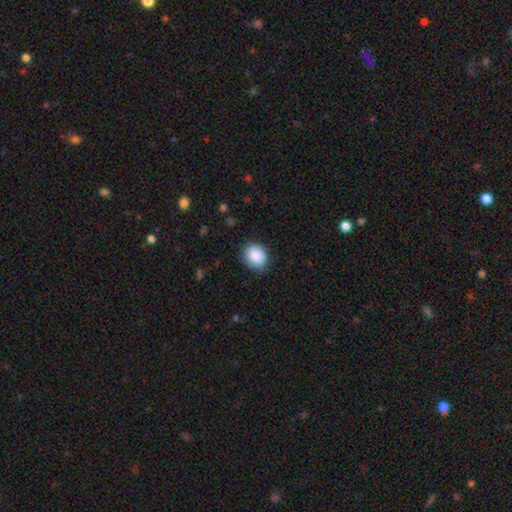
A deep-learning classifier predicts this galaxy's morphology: smooth_or_featured: smooth (p=0.88) [alt: star or artifact p=0.07]
how_rounded: round (p=0.52) [alt: in between p=0.48]
merging: none (p=0.81) [alt: minor disturbance p=0.15]